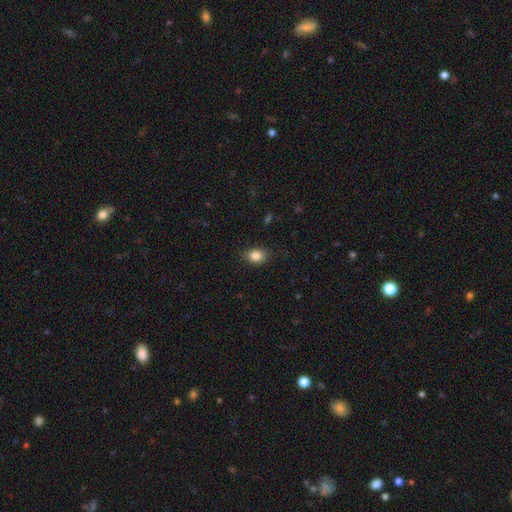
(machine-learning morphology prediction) smooth 85%, star or artifact 10%, featured or disk 6%. Down the decision tree: how rounded — in between (59%); merging — none (82%).